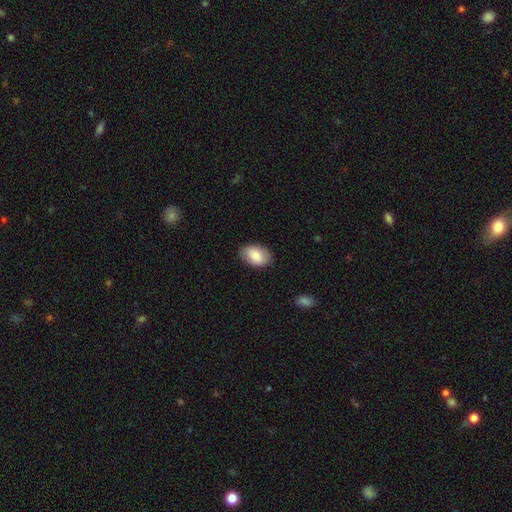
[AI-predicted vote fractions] This is clearly a smooth galaxy (81%). How rounded: clearly in between (90%). Merging: clearly none (84%).